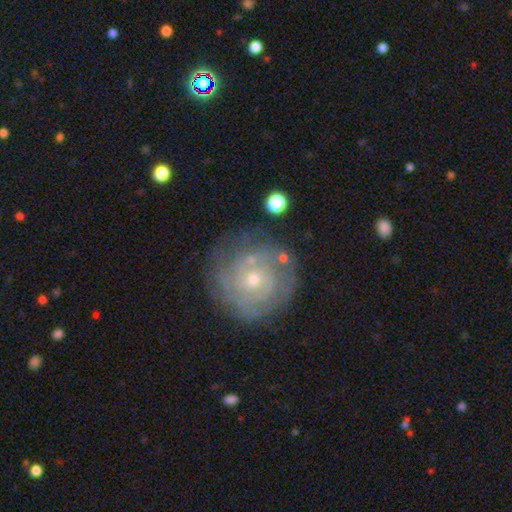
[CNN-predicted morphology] A featured or disk galaxy (66%) with no bar (72%), tight (79%) spiral arms (90%) and a small central bulge (68%). Merging: none (82%).